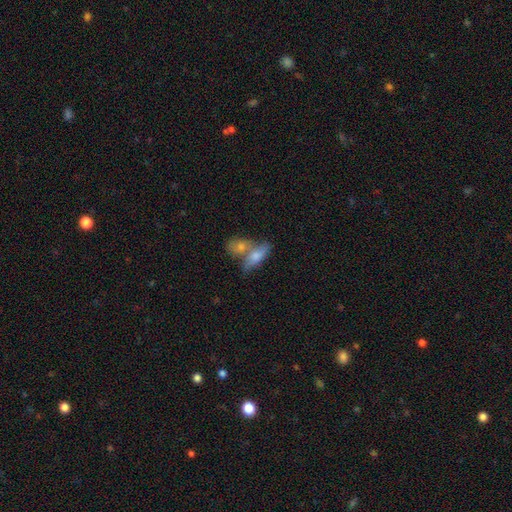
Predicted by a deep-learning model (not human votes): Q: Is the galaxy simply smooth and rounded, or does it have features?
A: smooth — 65%.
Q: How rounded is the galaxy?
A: in between — 71%.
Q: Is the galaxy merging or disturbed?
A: merger — 58%.